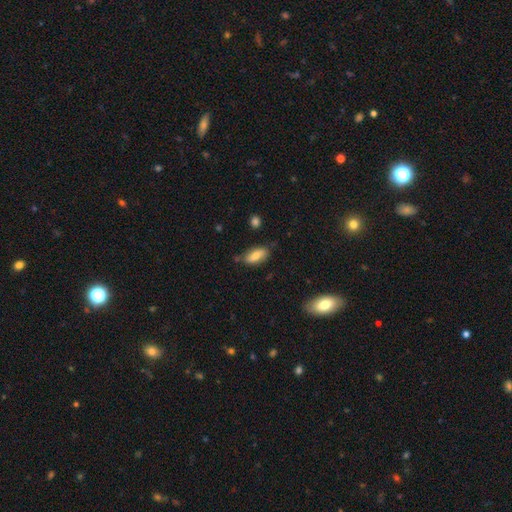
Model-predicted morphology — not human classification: This is likely a smooth galaxy (76%). How rounded: clearly in between (81%). Merging: likely none (67%).